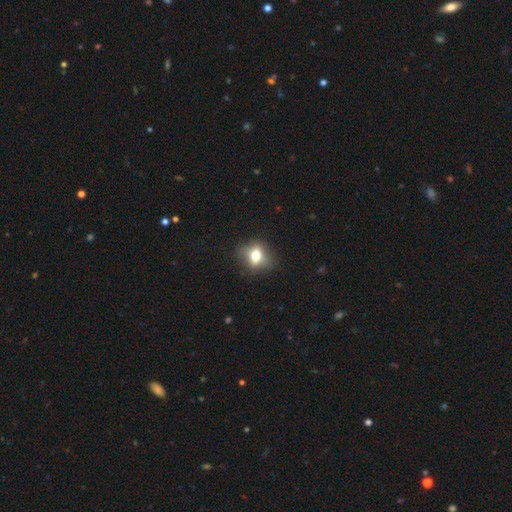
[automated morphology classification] Smooth or featured? Predicted: smooth (p=0.63). How rounded? Predicted: in between (p=0.50). Merging? Predicted: none (p=0.76).